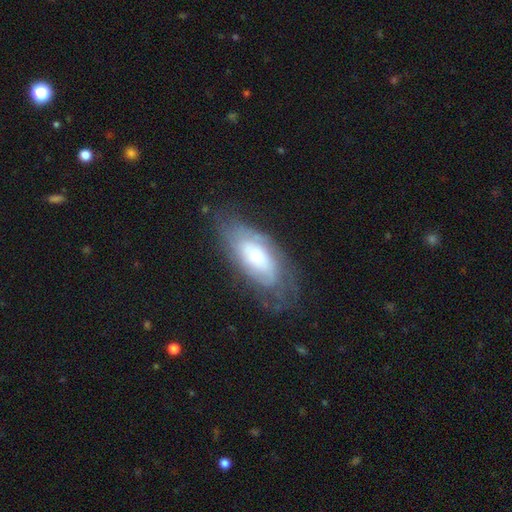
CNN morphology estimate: Smooth or featured: featured or disk — 59% (smooth — 34%)
Edge-on disk: no — 87% (yes — 13%)
Bar: no — 72% (weak — 22%)
Spiral arms: yes — 78% (no — 22%)
Bulge size: moderate — 33% (small — 29%)
Merging: none — 62% (minor disturbance — 24%)